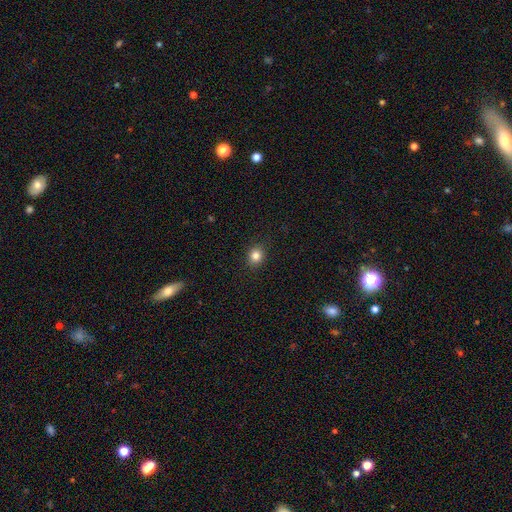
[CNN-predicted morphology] Q: Smooth or featured?
A: smooth (83%); runner-up: star or artifact (12%)
Q: How rounded?
A: round (75%); runner-up: in between (24%)
Q: Merging?
A: none (90%); runner-up: minor disturbance (7%)